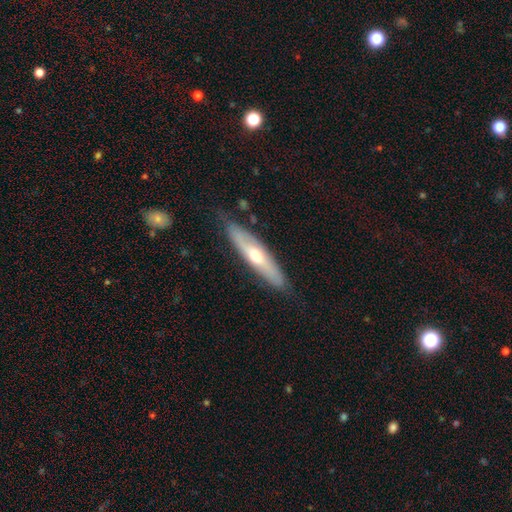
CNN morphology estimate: Q: Smooth or featured?
A: featured or disk (54%); runner-up: smooth (39%)
Q: Edge-on disk?
A: yes (65%); runner-up: no (35%)
Q: Merging?
A: none (78%); runner-up: minor disturbance (17%)